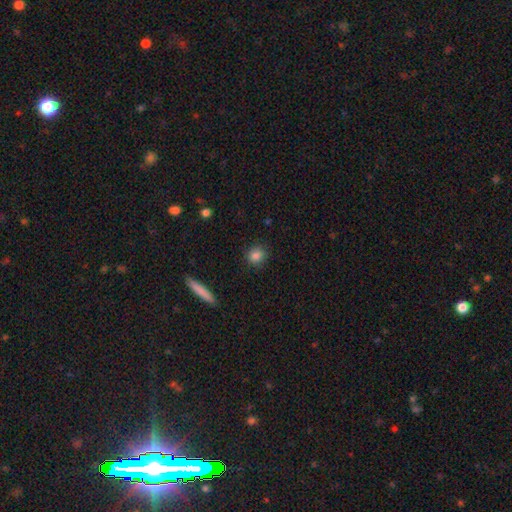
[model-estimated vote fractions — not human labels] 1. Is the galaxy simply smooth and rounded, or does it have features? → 84% smooth, 10% star or artifact, 6% featured or disk.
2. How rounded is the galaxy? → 81% round, 17% in between, 2% cigar-shaped.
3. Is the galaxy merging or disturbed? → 88% none, 8% minor disturbance, 2% major disturbance, 1% merger.